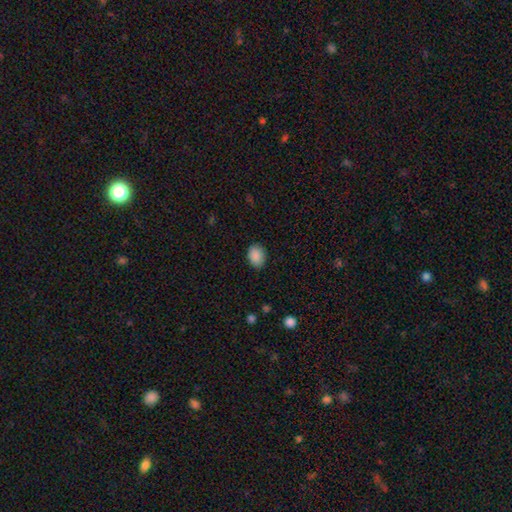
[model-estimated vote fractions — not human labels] smooth-or-featured: smooth: 89% | star or artifact: 8% | featured or disk: 3%
  how-rounded: in between: 70% | round: 29% | cigar-shaped: 1%
  merging: none: 86% | minor disturbance: 11% | major disturbance: 2% | merger: 1%